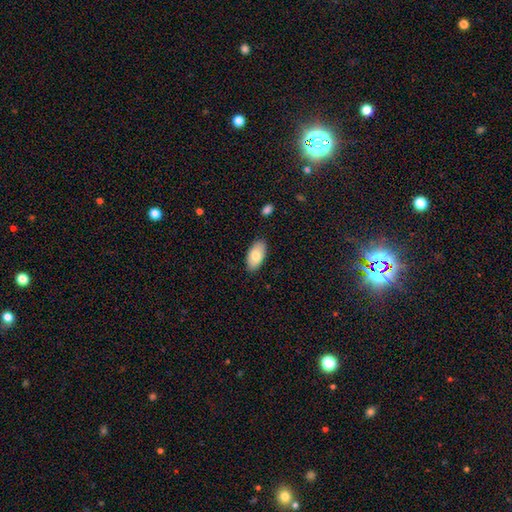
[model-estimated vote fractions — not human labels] smooth-or-featured: smooth: 80% | featured or disk: 14% | star or artifact: 6%
  how-rounded: in between: 95% | cigar-shaped: 3% | round: 2%
  merging: none: 86% | minor disturbance: 10% | major disturbance: 2% | merger: 1%